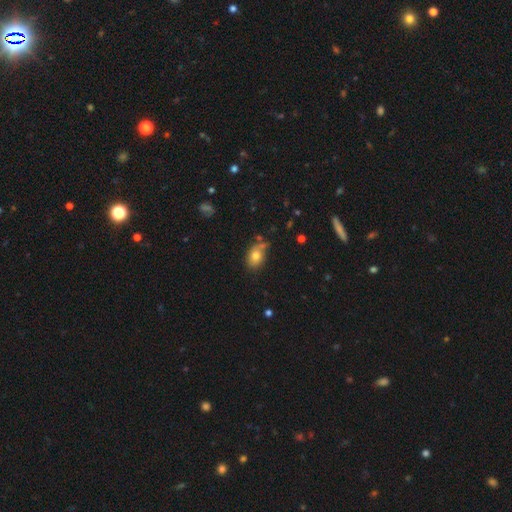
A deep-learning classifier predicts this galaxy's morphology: smooth-or-featured: smooth: 75% | featured or disk: 15% | star or artifact: 10%
  how-rounded: in between: 71% | round: 28% | cigar-shaped: 2%
  merging: none: 57% | minor disturbance: 27% | merger: 8% | major disturbance: 8%